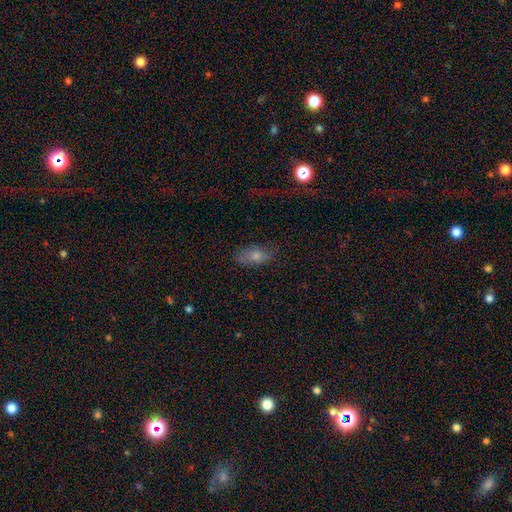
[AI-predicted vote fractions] Smooth or featured?
  - smooth: 64% *
  - featured or disk: 19%
  - star or artifact: 17%
How rounded?
  - in between: 83% *
  - cigar-shaped: 9%
  - round: 8%
Merging?
  - none: 75% *
  - minor disturbance: 17%
  - major disturbance: 6%
  - merger: 2%